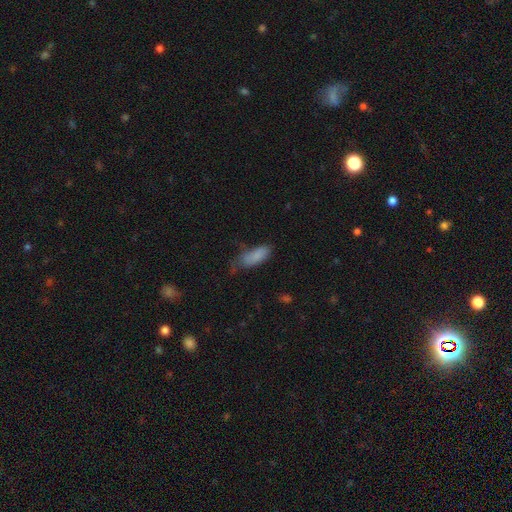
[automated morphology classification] type=smooth (81%); roundness=in between (76%); merging=none (38%).